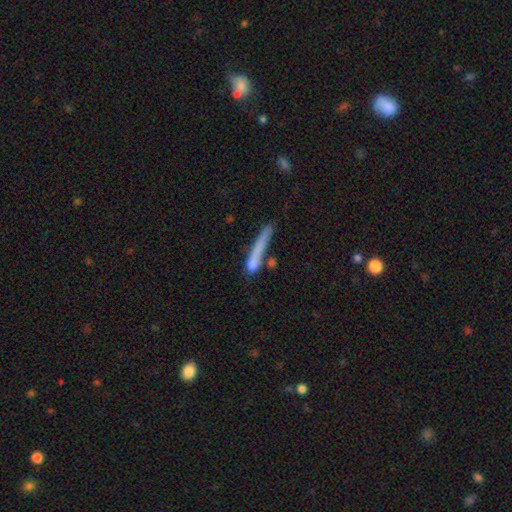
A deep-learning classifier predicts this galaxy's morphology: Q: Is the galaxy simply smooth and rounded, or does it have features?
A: smooth — 66%.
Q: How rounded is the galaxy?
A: cigar-shaped — 92%.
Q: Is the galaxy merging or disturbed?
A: none — 57%.